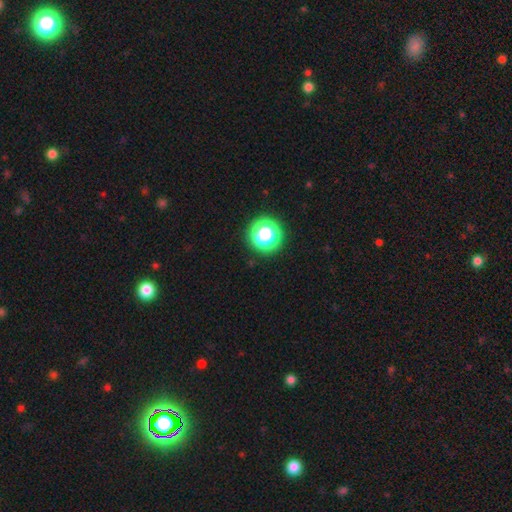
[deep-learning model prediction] Smooth or featured: star or artifact — 73% (smooth — 21%)